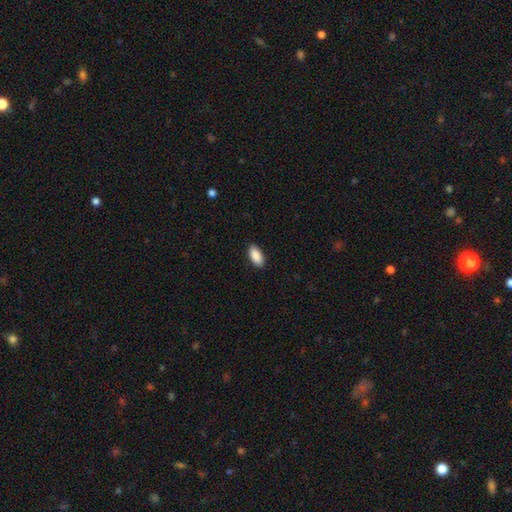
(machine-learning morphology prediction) smooth-or-featured: smooth: 90% | star or artifact: 6% | featured or disk: 4%
  how-rounded: in between: 92% | cigar-shaped: 6% | round: 2%
  merging: none: 89% | minor disturbance: 8% | major disturbance: 2% | merger: 1%